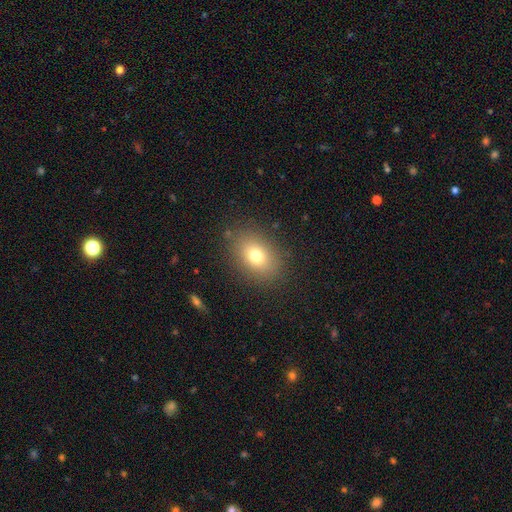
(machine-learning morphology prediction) Smooth or featured: smooth — 75% (featured or disk — 13%)
How rounded: in between — 74% (round — 24%)
Merging: none — 85% (minor disturbance — 10%)